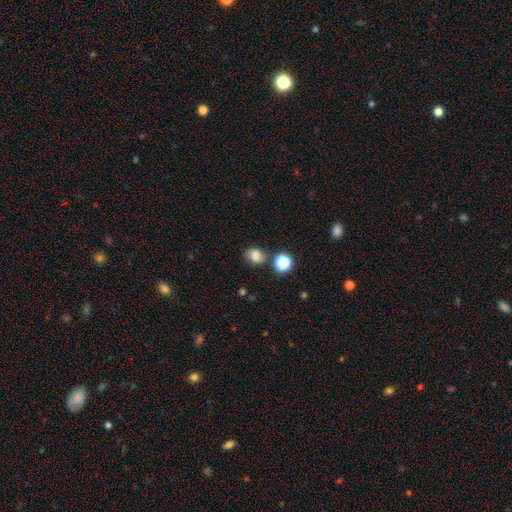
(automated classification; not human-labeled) This is likely a smooth galaxy (71%). How rounded: likely round (64%). Merging: likely none (63%).